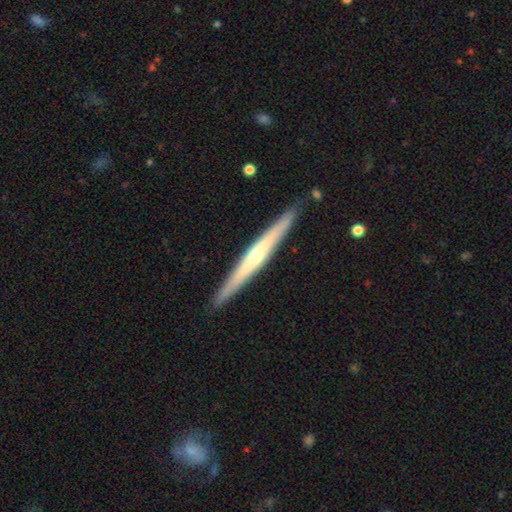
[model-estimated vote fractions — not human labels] A featured or disk galaxy (71%) viewed edge-on (97%) with a rounded central bulge (75%).

Vote fractions:
- Smooth or featured? featured or disk: 71% / smooth: 23% / star or artifact: 6%
- Edge-on disk? yes: 97% / no: 3%
- Edge-on bulge? rounded: 75% / none: 21% / boxy: 4%
- Merging? none: 91% / minor disturbance: 6% / major disturbance: 1% / merger: 1%